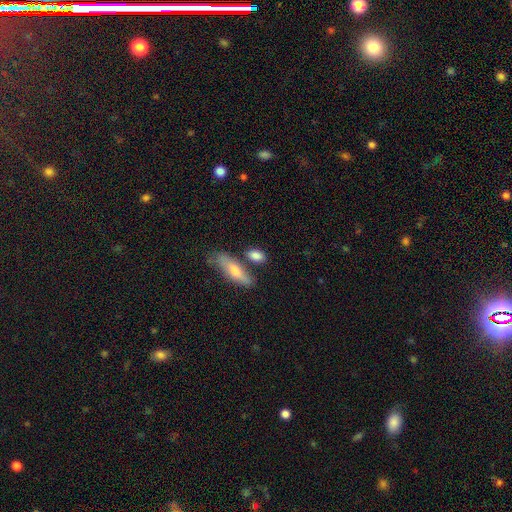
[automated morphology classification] This is likely a smooth galaxy (79%). How rounded: likely in between (74%). Merging: likely none (62%).